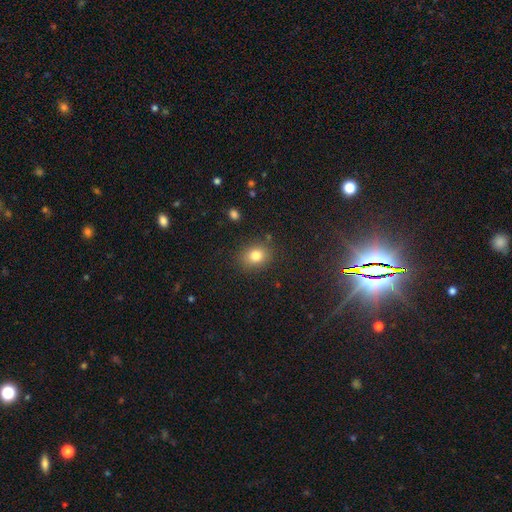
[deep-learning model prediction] Smooth or featured: smooth — 80% (star or artifact — 11%)
How rounded: round — 53% (in between — 46%)
Merging: none — 84% (minor disturbance — 11%)